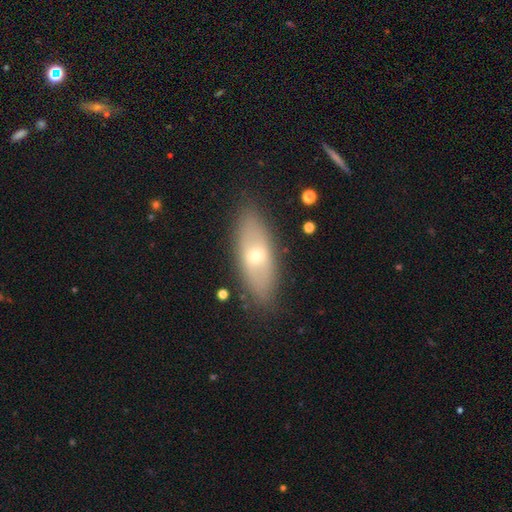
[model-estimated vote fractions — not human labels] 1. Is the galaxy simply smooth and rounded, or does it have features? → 56% smooth, 36% featured or disk, 8% star or artifact.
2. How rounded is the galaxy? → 72% in between, 24% cigar-shaped, 4% round.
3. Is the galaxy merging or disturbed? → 85% none, 10% minor disturbance, 3% major disturbance, 1% merger.